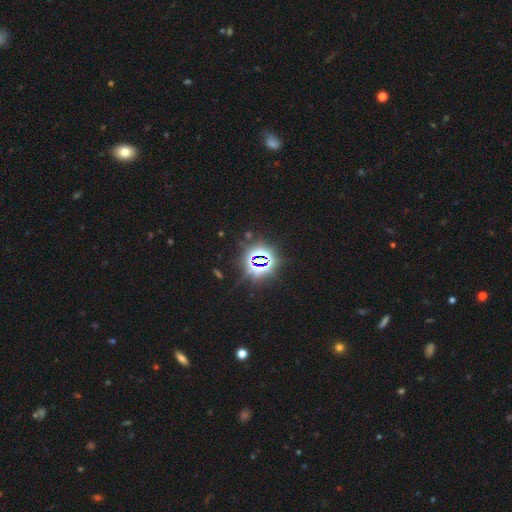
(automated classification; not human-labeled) smooth-or-featured: star or artifact: 80% | smooth: 12% | featured or disk: 8%